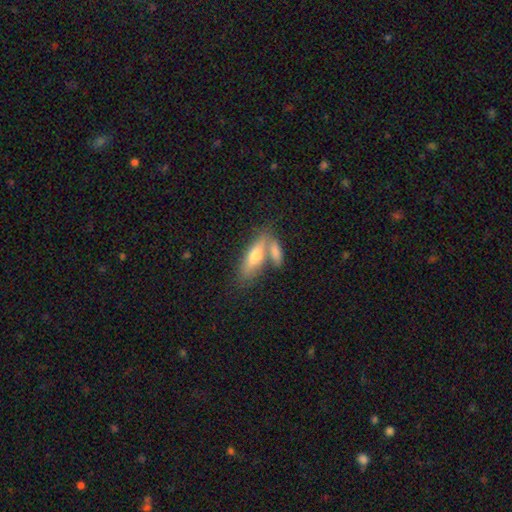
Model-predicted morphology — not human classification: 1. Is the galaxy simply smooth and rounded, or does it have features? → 64% smooth, 30% featured or disk, 6% star or artifact.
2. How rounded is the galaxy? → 54% in between, 43% cigar-shaped, 3% round.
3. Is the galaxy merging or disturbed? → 43% merger, 42% none, 10% minor disturbance, 4% major disturbance.